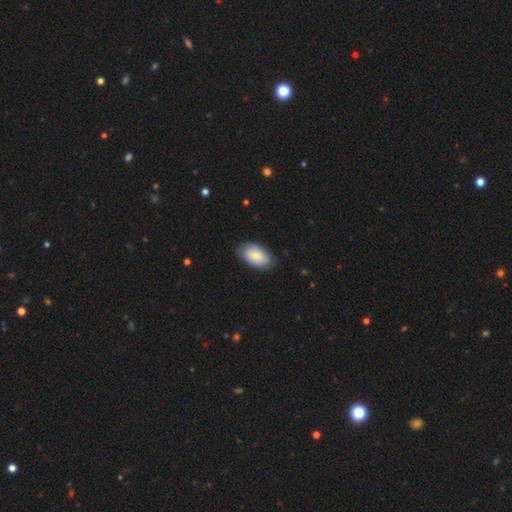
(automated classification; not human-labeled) smooth_or_featured: smooth (p=0.79) [alt: featured or disk p=0.15]
how_rounded: in between (p=0.95) [alt: round p=0.04]
merging: none (p=0.80) [alt: minor disturbance p=0.16]